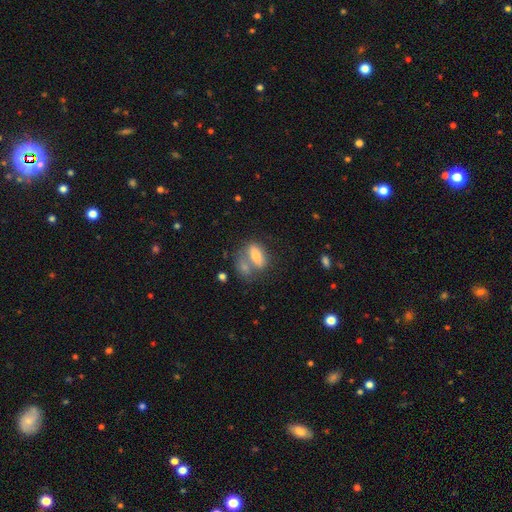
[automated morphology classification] This appears to be a smooth galaxy with no disk features (72%) that is in between round and cigar-shaped (81%). Merging: merger (44%).